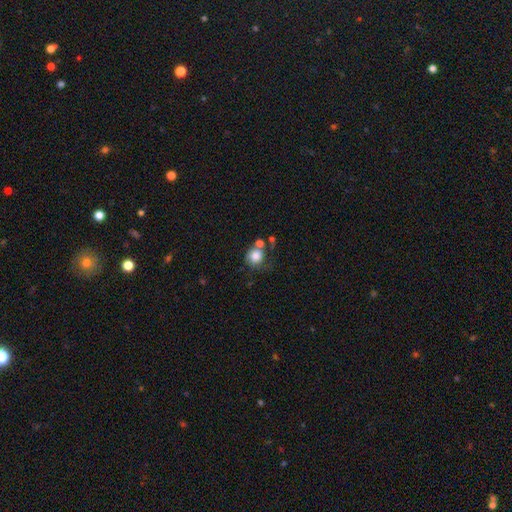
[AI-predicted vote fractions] Smooth or featured: smooth — 79% (featured or disk — 12%)
How rounded: round — 82% (in between — 17%)
Merging: none — 41% (merger — 26%)